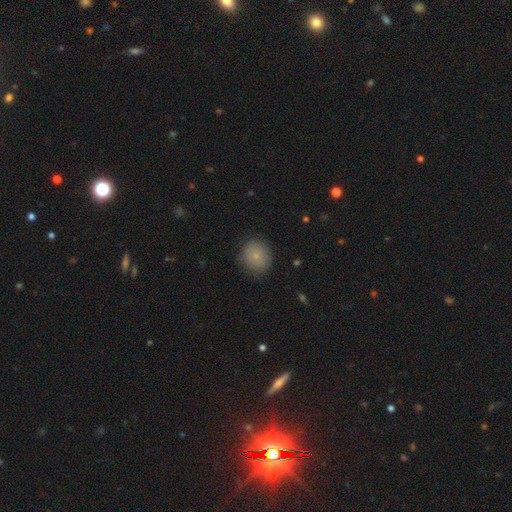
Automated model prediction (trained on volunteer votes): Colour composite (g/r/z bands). It shows a smooth galaxy with no disk features (80%) that is round (83%). Merging: none (84%).